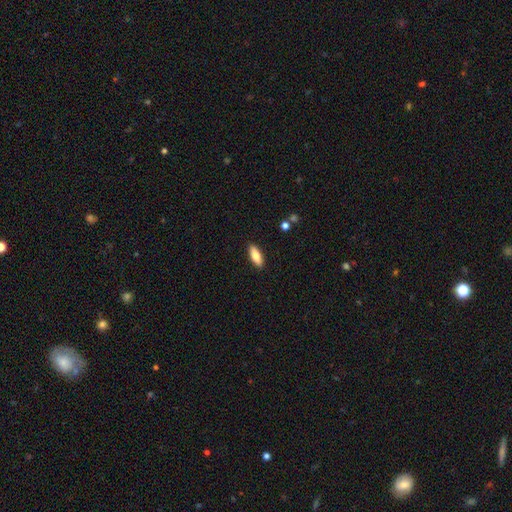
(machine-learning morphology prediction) Smooth or featured?
  - smooth: 77% *
  - featured or disk: 17%
  - star or artifact: 6%
How rounded?
  - in between: 67% *
  - cigar-shaped: 31%
  - round: 2%
Merging?
  - none: 90% *
  - minor disturbance: 8%
  - major disturbance: 2%
  - merger: 1%